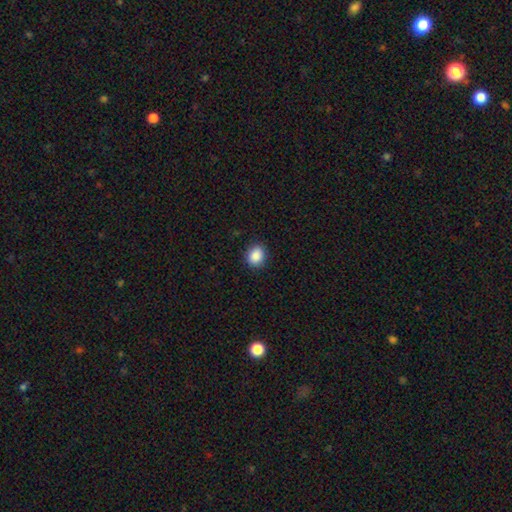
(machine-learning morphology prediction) A smooth galaxy with no disk features (88%) that is round (51%). Merging: none (88%).